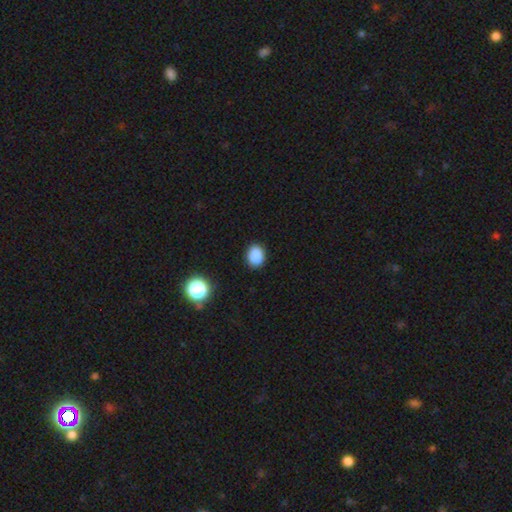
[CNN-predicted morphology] Overall: smooth (86%). How rounded: in between (52%; round 47%). Merging: none (88%).